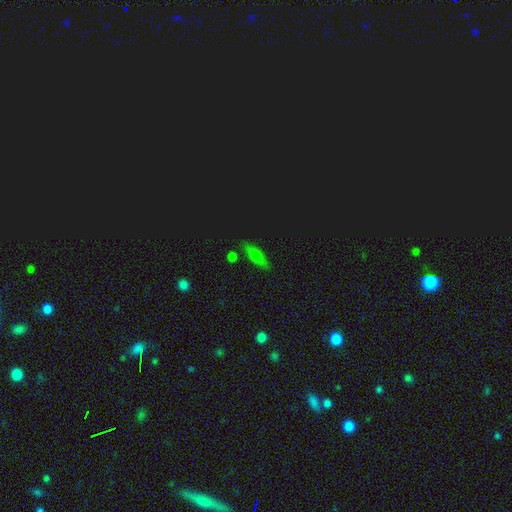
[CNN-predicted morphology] smooth_or_featured: smooth (p=0.56) [alt: featured or disk p=0.25]
how_rounded: in between (p=0.61) [alt: cigar-shaped p=0.30]
merging: none (p=0.80) [alt: minor disturbance p=0.12]